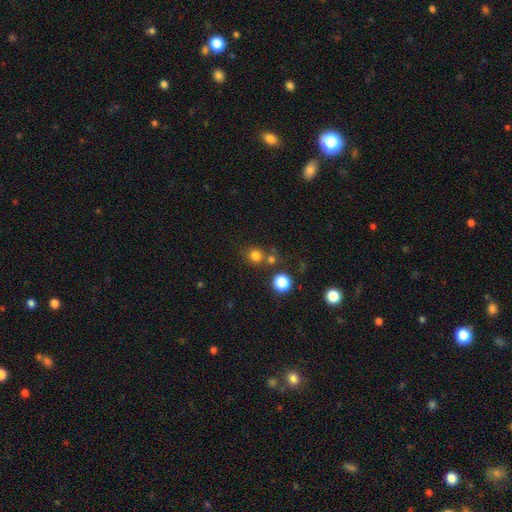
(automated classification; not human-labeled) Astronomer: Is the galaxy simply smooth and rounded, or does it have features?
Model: smooth — 77%.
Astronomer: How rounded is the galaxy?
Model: round — 88%.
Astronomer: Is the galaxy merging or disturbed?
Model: none — 69%.